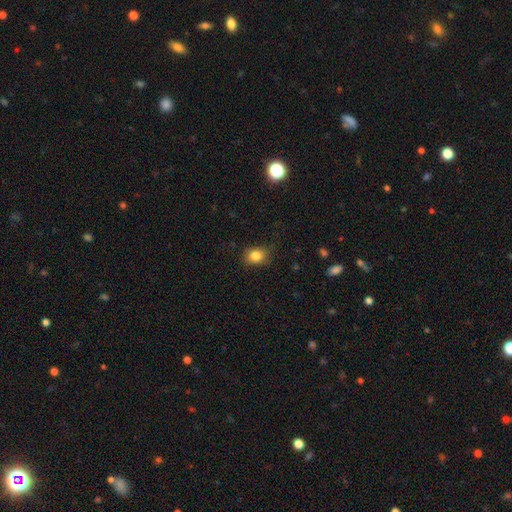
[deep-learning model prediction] Smooth or featured? smooth (83%)
How rounded? round (51%)
Merging? none (76%)